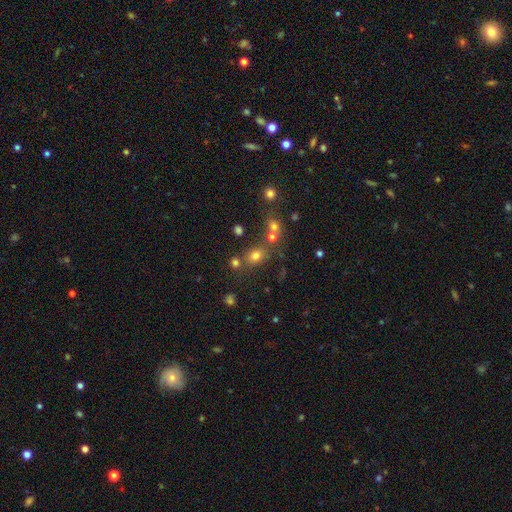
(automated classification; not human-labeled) The model was most divided on "how rounded": round: 54%, in between: 44%, cigar-shaped: 1%. More confident: smooth or featured — smooth (68%); merging — none (65%).